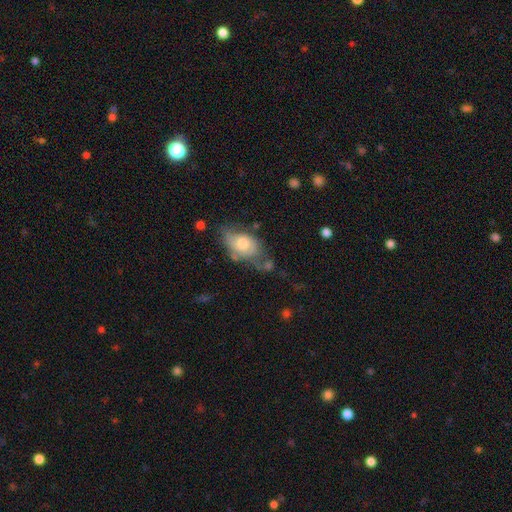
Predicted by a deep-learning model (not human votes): Morphology: type=smooth (48%); merging=none (44%).